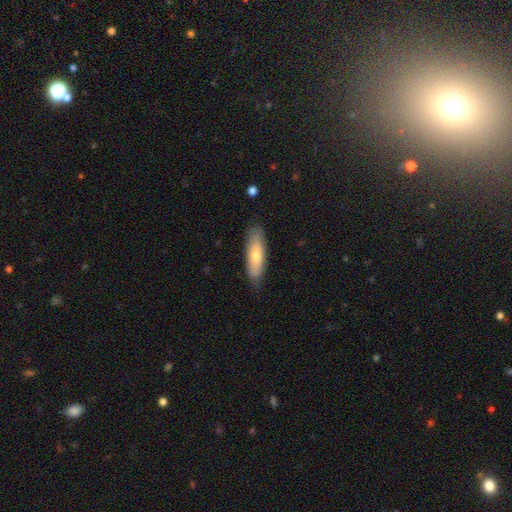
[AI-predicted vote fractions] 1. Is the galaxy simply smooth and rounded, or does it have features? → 69% smooth, 25% featured or disk, 6% star or artifact.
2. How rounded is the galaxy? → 50% in between, 48% cigar-shaped, 2% round.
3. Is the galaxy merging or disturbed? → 80% none, 16% minor disturbance, 3% major disturbance, 1% merger.